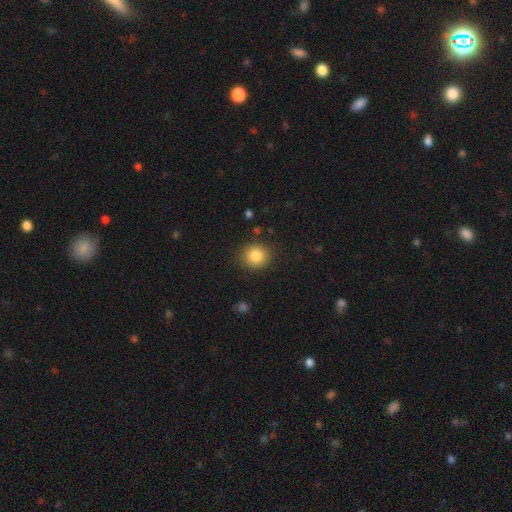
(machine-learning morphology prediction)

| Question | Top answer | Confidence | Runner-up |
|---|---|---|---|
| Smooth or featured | smooth | 85% | star or artifact (9%) |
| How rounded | round | 87% | in between (12%) |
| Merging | none | 88% | minor disturbance (8%) |